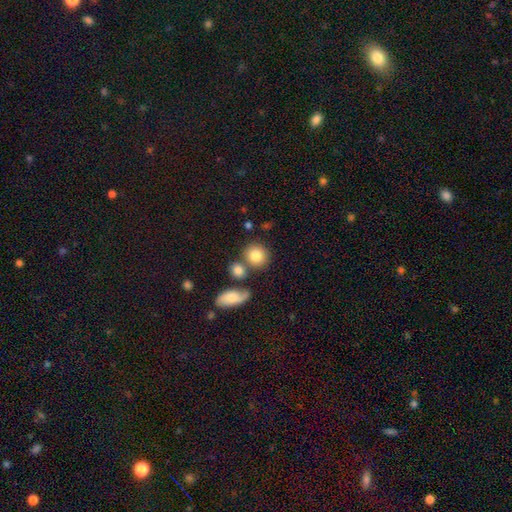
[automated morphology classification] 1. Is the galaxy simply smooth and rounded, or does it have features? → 81% smooth, 11% featured or disk, 8% star or artifact.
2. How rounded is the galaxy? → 81% round, 18% in between, 1% cigar-shaped.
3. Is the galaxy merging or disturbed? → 68% none, 17% merger, 11% minor disturbance, 4% major disturbance.